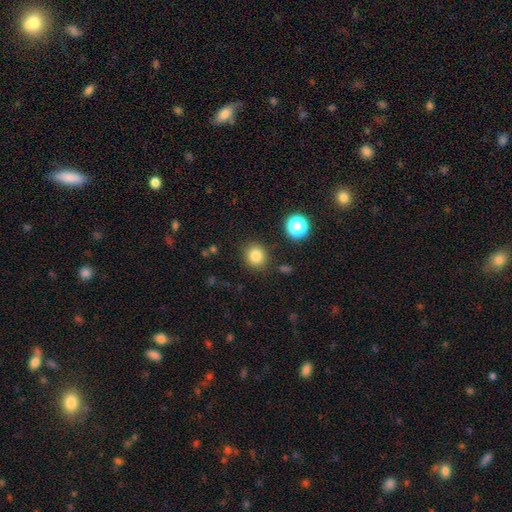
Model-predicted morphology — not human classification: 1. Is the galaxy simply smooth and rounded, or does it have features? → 82% smooth, 12% star or artifact, 6% featured or disk.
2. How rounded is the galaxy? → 84% round, 15% in between, 1% cigar-shaped.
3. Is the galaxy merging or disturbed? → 86% none, 8% minor disturbance, 3% major disturbance, 3% merger.